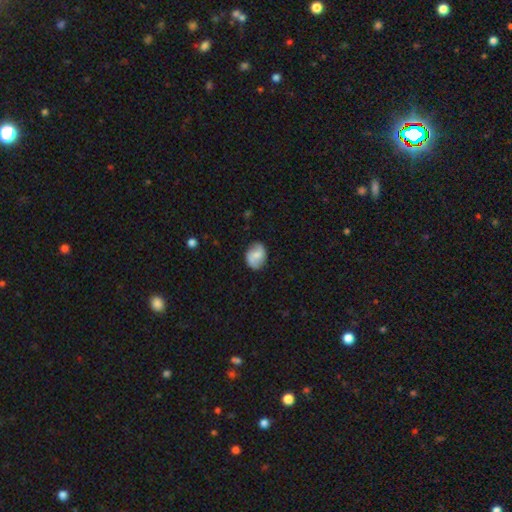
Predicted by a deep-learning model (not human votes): This appears to be a featured or disk galaxy (47%). Merging: none (80%).